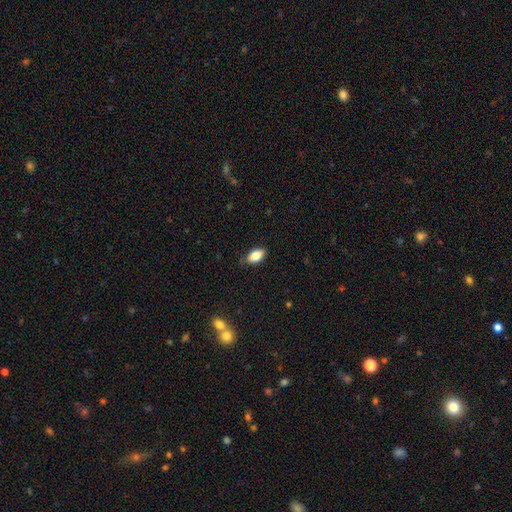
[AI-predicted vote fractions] smooth_or_featured: smooth (p=0.83) [alt: featured or disk p=0.09]
how_rounded: in between (p=0.91) [alt: round p=0.05]
merging: none (p=0.82) [alt: minor disturbance p=0.14]